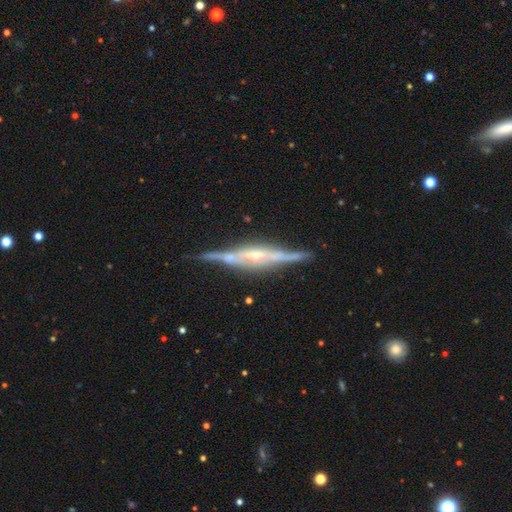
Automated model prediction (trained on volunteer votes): Smooth or featured: featured or disk — 87% (smooth — 7%)
Edge-on disk: yes — 96% (no — 4%)
Edge-on bulge: rounded — 51% (boxy — 32%)
Merging: none — 80% (minor disturbance — 14%)